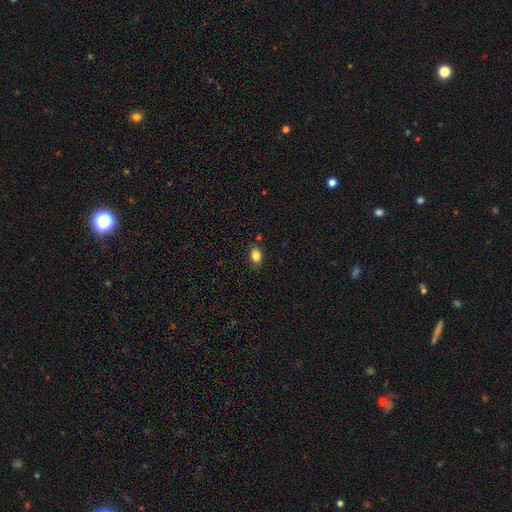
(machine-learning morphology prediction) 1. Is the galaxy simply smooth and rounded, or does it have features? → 85% smooth, 10% star or artifact, 5% featured or disk.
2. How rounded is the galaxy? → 81% in between, 17% round, 1% cigar-shaped.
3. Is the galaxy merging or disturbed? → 84% none, 11% minor disturbance, 2% major disturbance, 2% merger.